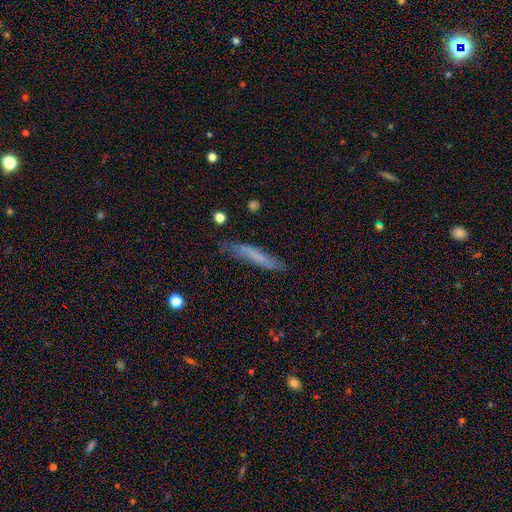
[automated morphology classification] This is possibly a smooth galaxy (55%). How rounded: clearly cigar-shaped (90%). Merging: likely none (69%).